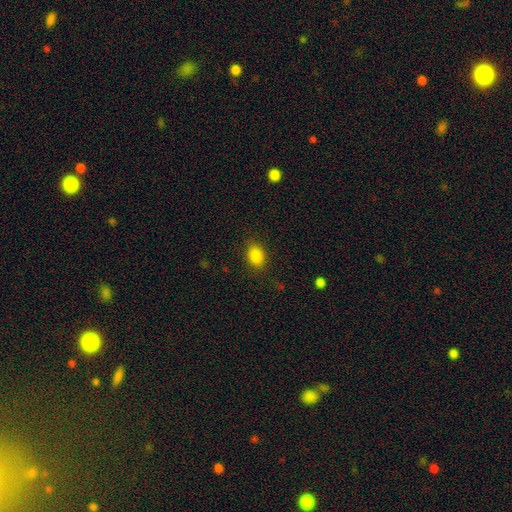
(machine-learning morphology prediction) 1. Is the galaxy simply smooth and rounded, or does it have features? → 85% smooth, 10% star or artifact, 5% featured or disk.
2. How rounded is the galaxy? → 79% in between, 20% round, 2% cigar-shaped.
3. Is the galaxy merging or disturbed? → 86% none, 10% minor disturbance, 3% major disturbance, 1% merger.